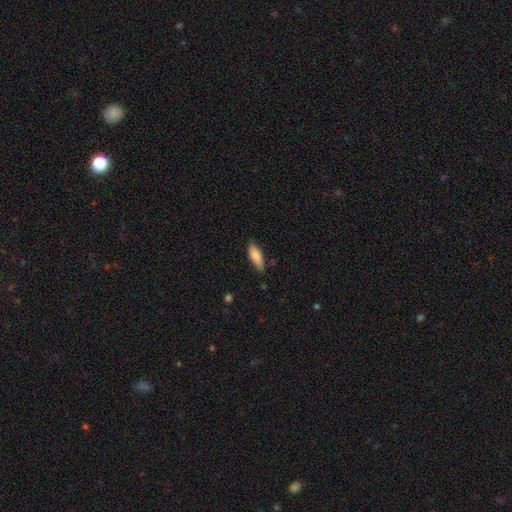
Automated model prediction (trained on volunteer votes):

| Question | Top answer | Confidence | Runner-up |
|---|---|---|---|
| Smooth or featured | smooth | 80% | featured or disk (14%) |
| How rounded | in between | 59% | cigar-shaped (39%) |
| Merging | none | 74% | minor disturbance (21%) |